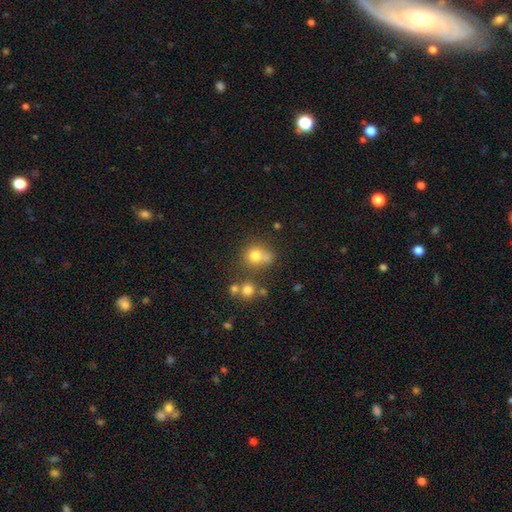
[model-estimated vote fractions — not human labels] This is likely a smooth galaxy (75%). How rounded: likely round (76%). Merging: possibly none (50%).